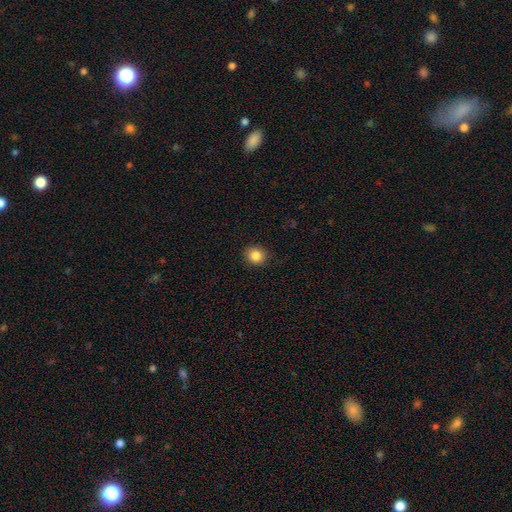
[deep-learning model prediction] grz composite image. It shows a smooth galaxy with no disk features (86%) that is round (82%). Merging: none (90%).